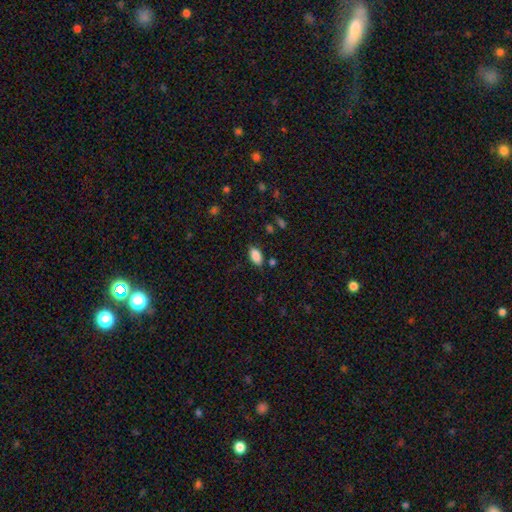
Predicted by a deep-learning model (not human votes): smooth 87%, star or artifact 8%, featured or disk 5%. Down the decision tree: how rounded — in between (93%); merging — none (81%).